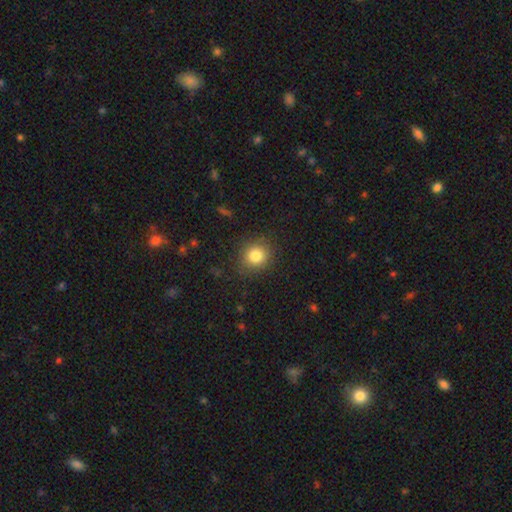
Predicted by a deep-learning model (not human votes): Smooth or featured: smooth — 83% (star or artifact — 11%)
How rounded: round — 84% (in between — 15%)
Merging: none — 86% (minor disturbance — 10%)